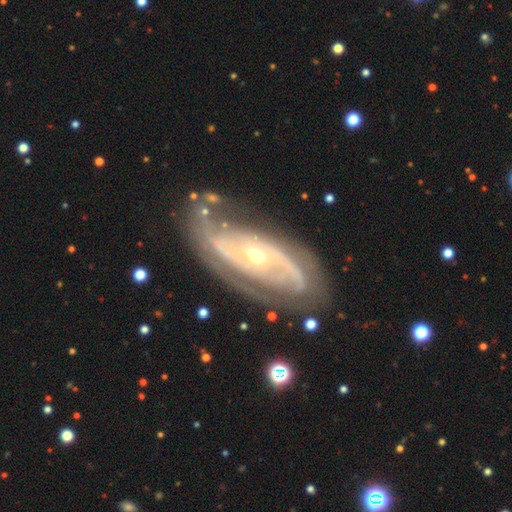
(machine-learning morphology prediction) This appears to be a featured or disk galaxy (87%) with no bar (62%), 2 (67%) tight (46%) spiral arms (94%) and a small central bulge (58%). Merging: none (70%).